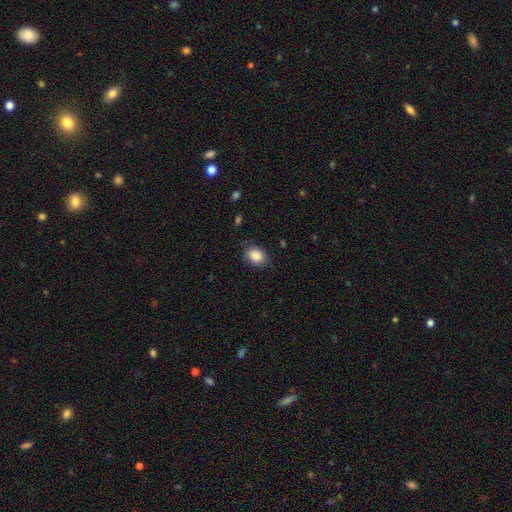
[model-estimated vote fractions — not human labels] Smooth or featured?
  - smooth: 88% *
  - star or artifact: 8%
  - featured or disk: 5%
How rounded?
  - in between: 70% *
  - round: 29%
  - cigar-shaped: 1%
Merging?
  - none: 78% *
  - minor disturbance: 17%
  - major disturbance: 4%
  - merger: 1%